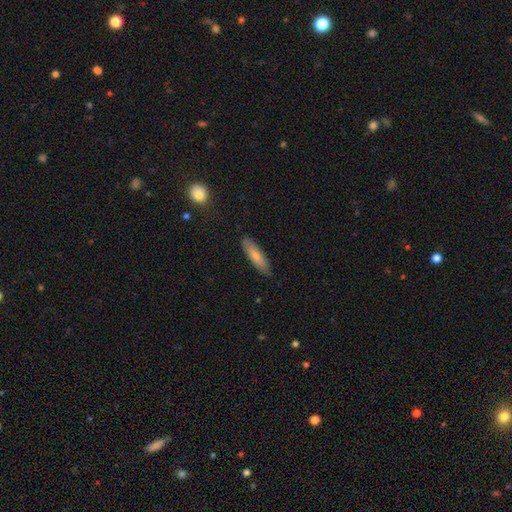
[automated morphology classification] A smooth galaxy with no disk features (77%) that is cigar-shaped (62%).

Vote fractions:
- Smooth or featured? smooth: 77% / featured or disk: 17% / star or artifact: 6%
- How rounded? cigar-shaped: 62% / in between: 36% / round: 2%
- Merging? none: 82% / minor disturbance: 14% / major disturbance: 2% / merger: 1%